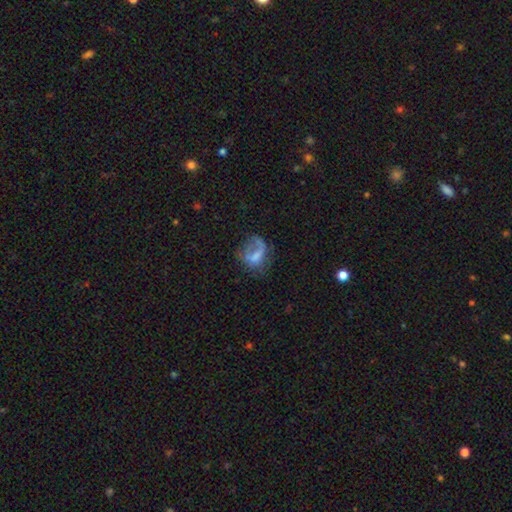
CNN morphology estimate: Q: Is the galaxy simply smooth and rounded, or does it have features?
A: smooth — 46%.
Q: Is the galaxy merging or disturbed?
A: major disturbance — 45%.